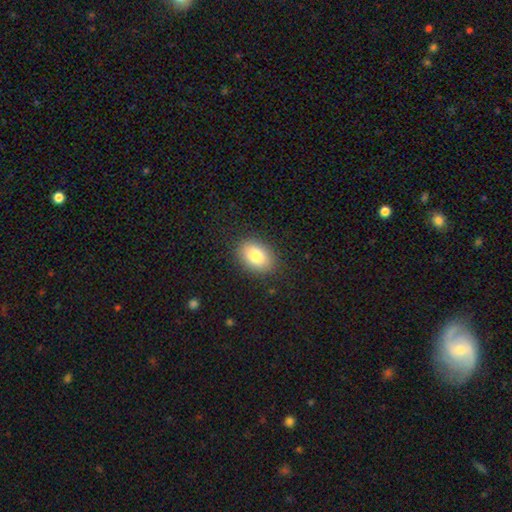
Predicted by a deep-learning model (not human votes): smooth_or_featured: smooth (p=0.83) [alt: featured or disk p=0.09]
how_rounded: in between (p=0.81) [alt: round p=0.18]
merging: none (p=0.87) [alt: minor disturbance p=0.09]